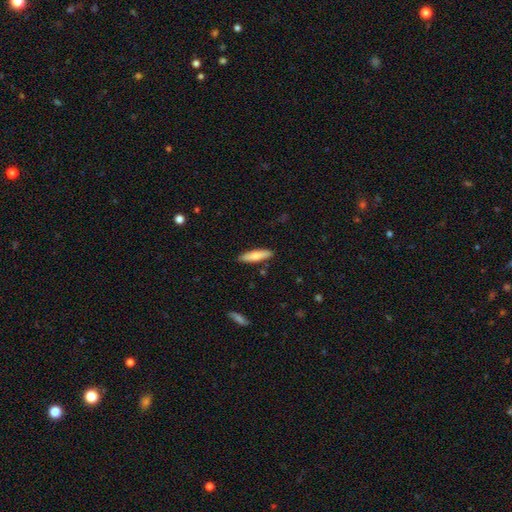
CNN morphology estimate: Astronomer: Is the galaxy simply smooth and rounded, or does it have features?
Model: smooth — 72%.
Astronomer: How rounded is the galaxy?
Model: cigar-shaped — 70%.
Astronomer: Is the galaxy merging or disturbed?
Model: none — 88%.